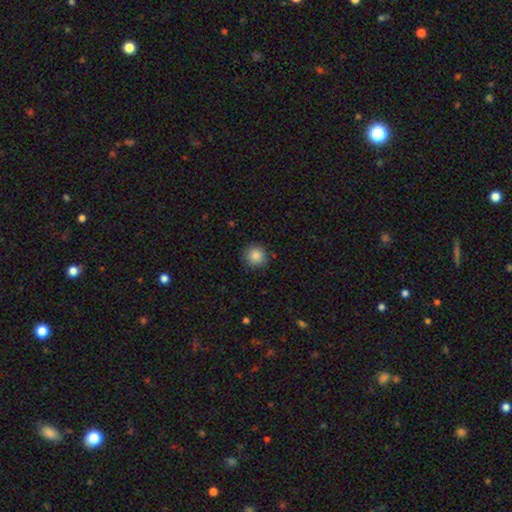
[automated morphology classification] This is clearly a smooth galaxy (87%). How rounded: clearly round (93%). Merging: clearly none (87%).